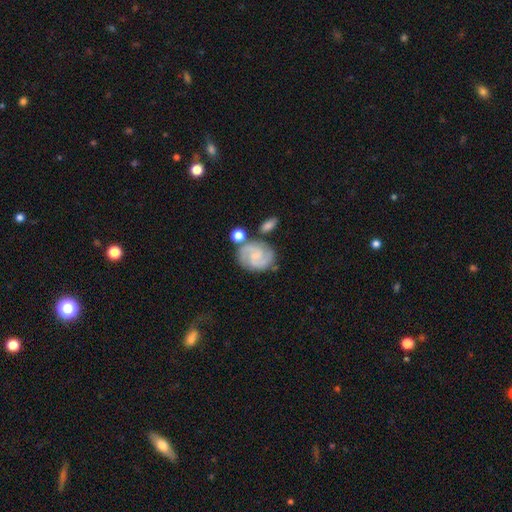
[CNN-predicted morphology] smooth-or-featured: featured or disk: 78% | smooth: 15% | star or artifact: 6%
  disk-edge-on: no: 98% | yes: 2%
    bar: no: 53% | weak: 39% | strong: 8%
    has-spiral-arms: yes: 96% | no: 4%
      spiral-winding: medium: 46% | tight: 44% | loose: 10%
      spiral-arm-count: 2: 79% | 3: 9% | can't tell: 6% | 1: 2% | 4: 2% | more than 4: 2%
    bulge-size: small: 52% | none: 30% | moderate: 15% | large: 2% | dominant: 1%
  merging: none: 70% | minor disturbance: 15% | merger: 11% | major disturbance: 5%